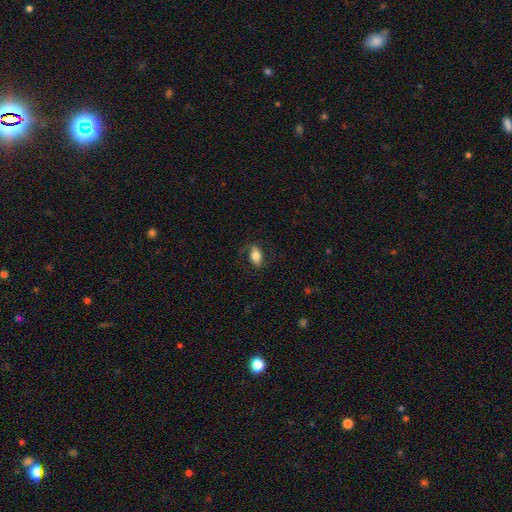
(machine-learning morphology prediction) Q: Smooth or featured?
A: smooth (73%); runner-up: featured or disk (20%)
Q: How rounded?
A: in between (89%); runner-up: round (9%)
Q: Merging?
A: none (75%); runner-up: minor disturbance (16%)